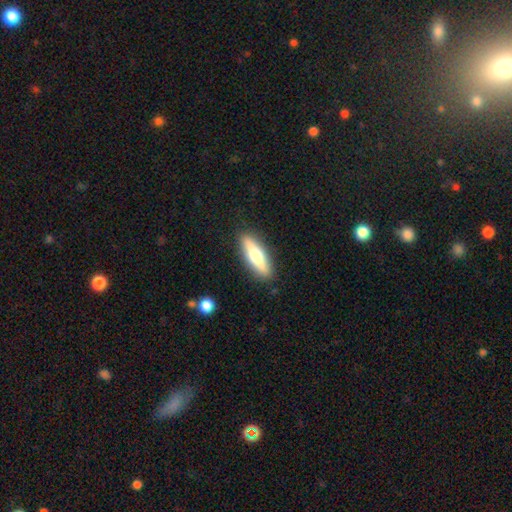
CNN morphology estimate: type=smooth (53%); roundness=cigar-shaped (63%); merging=none (89%).